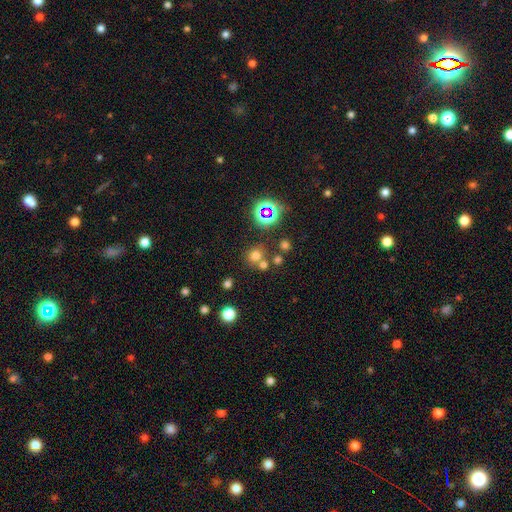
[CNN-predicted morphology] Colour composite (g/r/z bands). It shows a smooth galaxy with no disk features (63%) that is round (86%). Merging: none (66%).